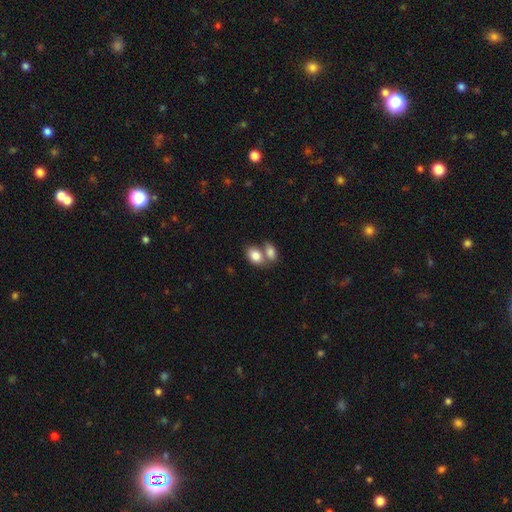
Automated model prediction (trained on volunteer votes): smooth 83%, featured or disk 10%, star or artifact 7%. Down the decision tree: how rounded — in between (85%); merging — merger (54%).